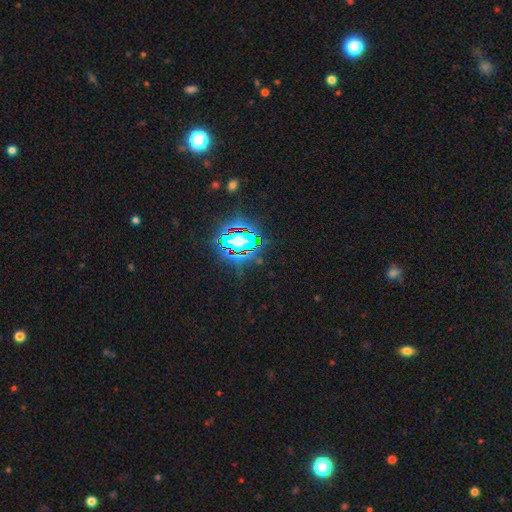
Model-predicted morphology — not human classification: smooth_or_featured: star or artifact (p=0.82) [alt: smooth p=0.11]